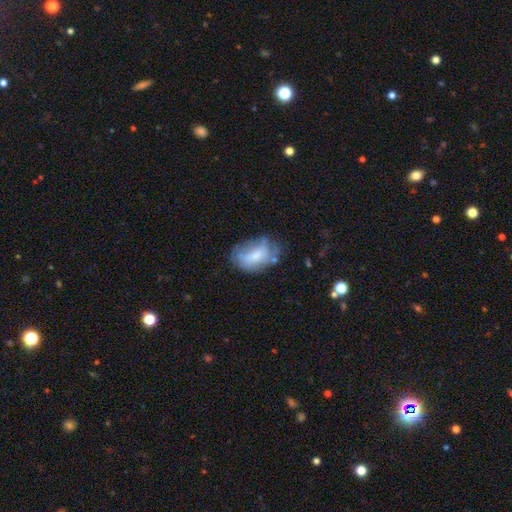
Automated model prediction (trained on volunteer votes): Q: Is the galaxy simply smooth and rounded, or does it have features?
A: smooth — 60%.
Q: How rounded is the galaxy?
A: in between — 86%.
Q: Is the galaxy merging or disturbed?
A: none — 45%.